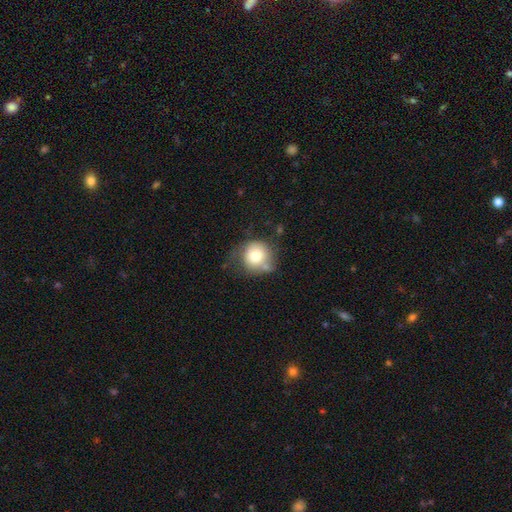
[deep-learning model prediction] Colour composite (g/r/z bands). It shows a smooth galaxy with no disk features (74%) that is round (89%). Merging: none (51%).